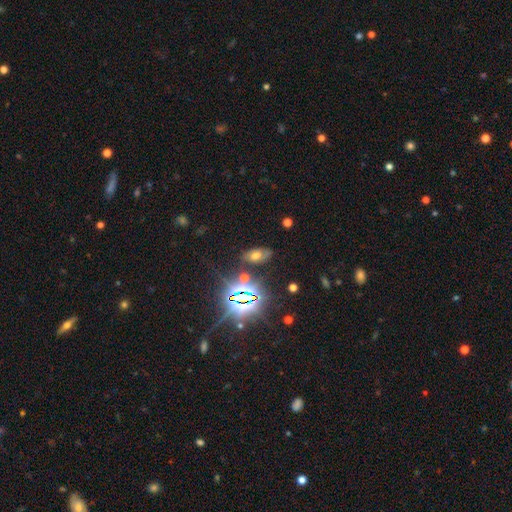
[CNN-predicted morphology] Smooth or featured? smooth (41%)
Merging? none (73%)